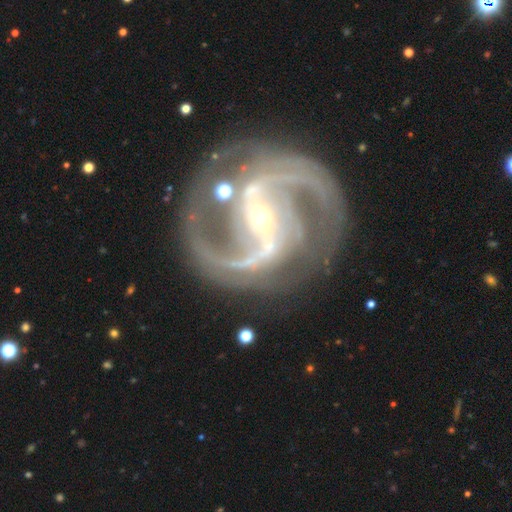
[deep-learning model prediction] Q: Smooth or featured?
A: featured or disk (93%); runner-up: star or artifact (5%)
Q: Edge-on disk?
A: no (98%); runner-up: yes (2%)
Q: Bar?
A: strong (59%); runner-up: weak (27%)
Q: Spiral arms?
A: yes (99%); runner-up: no (1%)
Q: Spiral winding?
A: medium (64%); runner-up: tight (20%)
Q: Spiral arm count?
A: 2 (90%); runner-up: 3 (4%)
Q: Bulge size?
A: small (74%); runner-up: moderate (23%)
Q: Merging?
A: none (78%); runner-up: minor disturbance (13%)